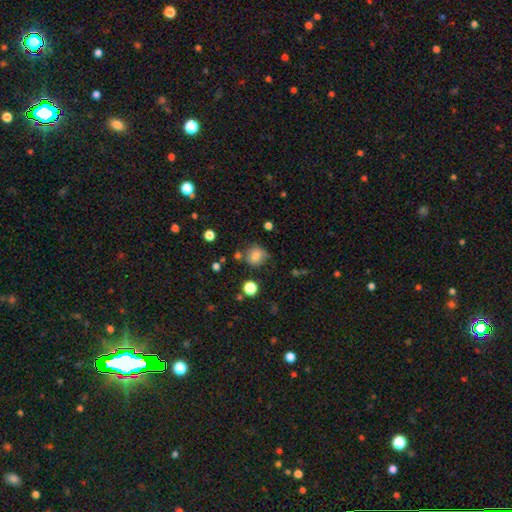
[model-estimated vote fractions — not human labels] smooth 76%, star or artifact 12%, featured or disk 12%. Down the decision tree: how rounded — round (85%); merging — none (73%).